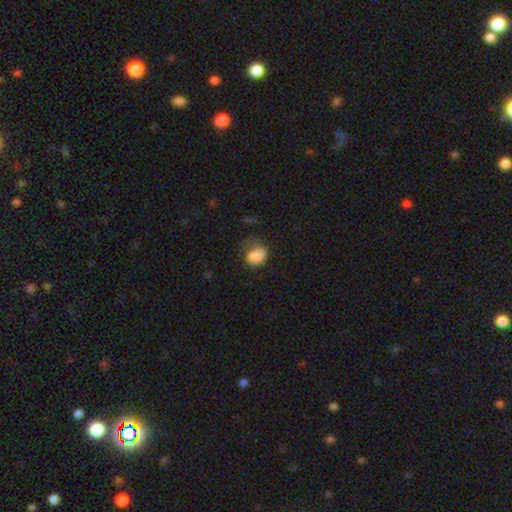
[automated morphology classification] smooth 83%, star or artifact 9%, featured or disk 8%. Down the decision tree: how rounded — in between (68%); merging — none (42%).